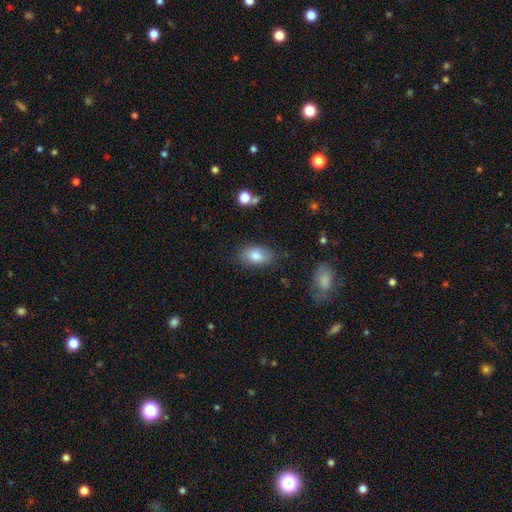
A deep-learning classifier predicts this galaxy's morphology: A smooth galaxy with no disk features (83%) that is in between round and cigar-shaped (91%).

Vote fractions:
- Smooth or featured? smooth: 83% / featured or disk: 10% / star or artifact: 7%
- How rounded? in between: 91% / round: 7% / cigar-shaped: 2%
- Merging? none: 80% / minor disturbance: 15% / major disturbance: 4% / merger: 2%